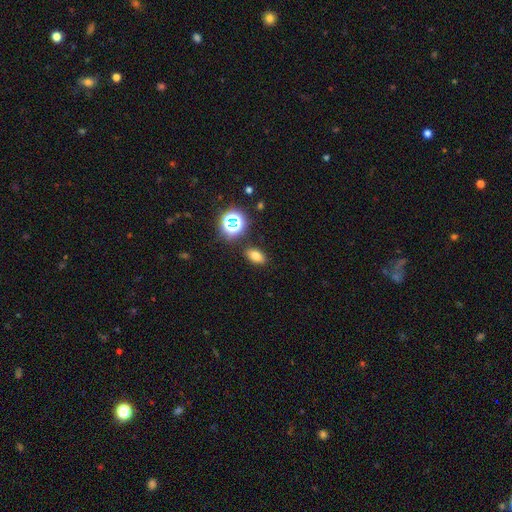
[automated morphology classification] This is likely a smooth galaxy (69%). How rounded: clearly in between (83%). Merging: clearly none (86%).